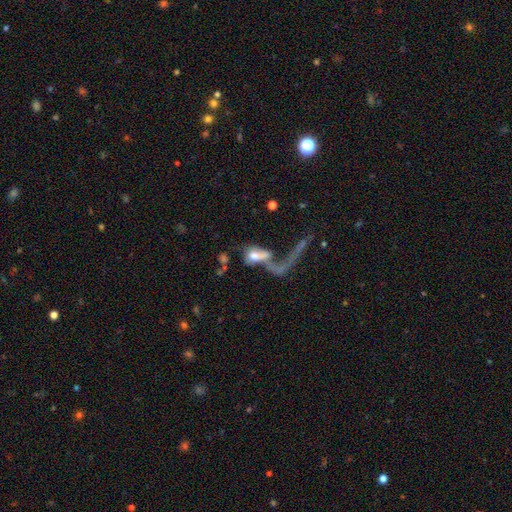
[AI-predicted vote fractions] This appears to be a featured or disk galaxy (46%). Merging: major disturbance (49%).